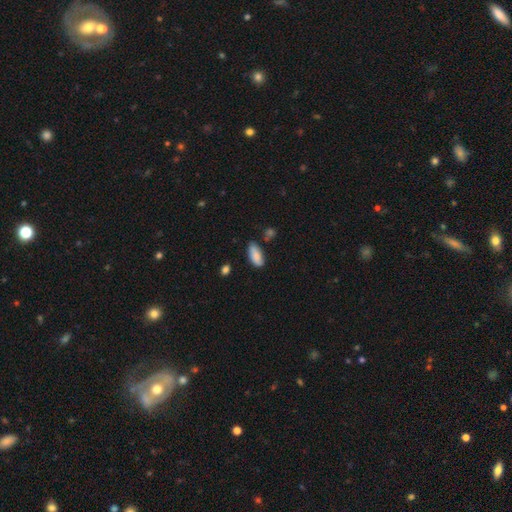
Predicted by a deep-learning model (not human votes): Smooth or featured? smooth (87%)
How rounded? in between (86%)
Merging? none (72%)